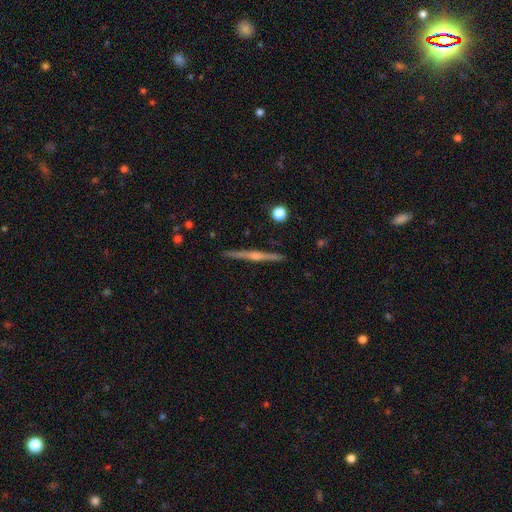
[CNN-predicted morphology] This appears to be a featured or disk galaxy (79%) viewed edge-on (98%) with a rounded central bulge (81%). Merging: none (92%).